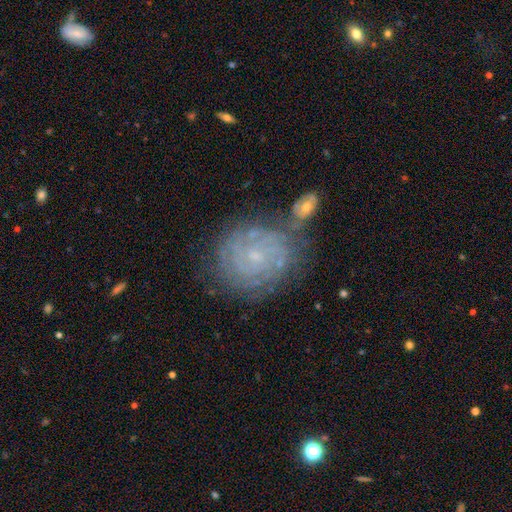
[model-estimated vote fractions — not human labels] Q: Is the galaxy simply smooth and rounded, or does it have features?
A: featured or disk — 75%.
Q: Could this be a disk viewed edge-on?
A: no — 97%.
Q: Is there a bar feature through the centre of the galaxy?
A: no — 75%.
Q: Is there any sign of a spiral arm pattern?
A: yes — 93%.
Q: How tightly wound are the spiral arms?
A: tight — 81%.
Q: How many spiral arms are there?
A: can't tell — 43%.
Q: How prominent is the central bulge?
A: small — 81%.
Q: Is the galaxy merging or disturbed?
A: none — 63%.